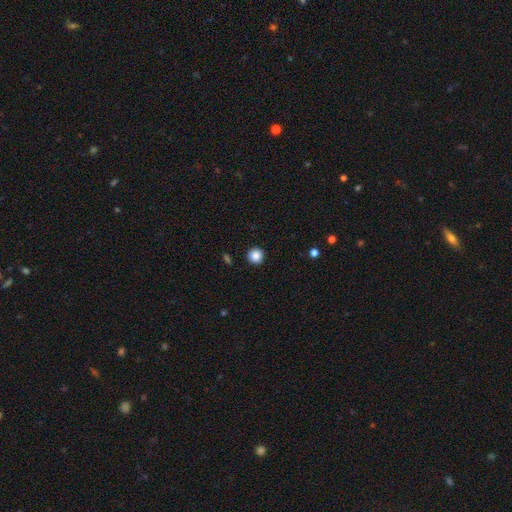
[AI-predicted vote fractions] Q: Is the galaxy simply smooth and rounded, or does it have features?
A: smooth — 86%.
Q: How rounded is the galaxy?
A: round — 96%.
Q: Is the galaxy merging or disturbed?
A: none — 93%.